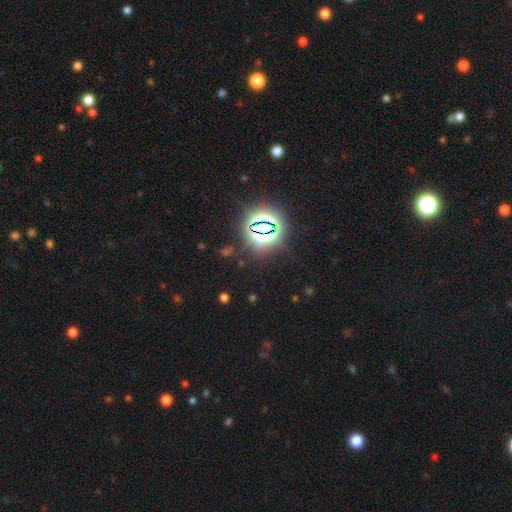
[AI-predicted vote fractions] The model was most divided on "smooth or featured": star or artifact: 82%, smooth: 11%, featured or disk: 7%.